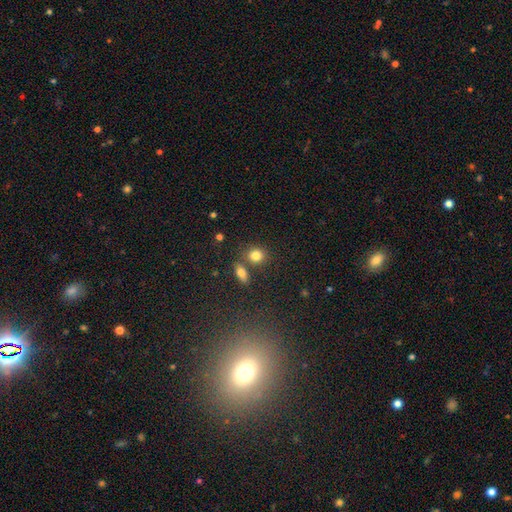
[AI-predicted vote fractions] smooth-or-featured: smooth: 82% | star or artifact: 11% | featured or disk: 7%
  how-rounded: round: 64% | in between: 34% | cigar-shaped: 2%
  merging: none: 64% | merger: 22% | minor disturbance: 10% | major disturbance: 4%